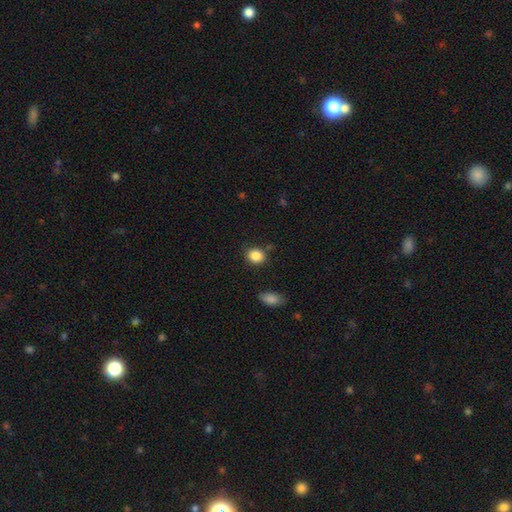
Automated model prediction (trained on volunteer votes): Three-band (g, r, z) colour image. It shows a smooth galaxy with no disk features (87%) that is round (67%). Merging: none (81%).